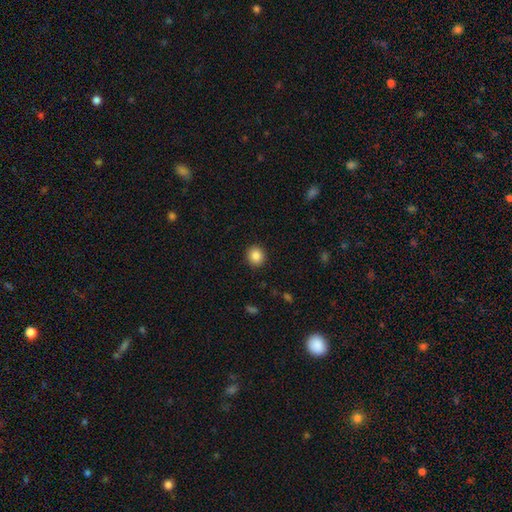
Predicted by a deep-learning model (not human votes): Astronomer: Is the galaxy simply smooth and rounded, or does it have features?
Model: smooth — 86%.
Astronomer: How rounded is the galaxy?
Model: round — 84%.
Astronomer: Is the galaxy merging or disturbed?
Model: none — 91%.